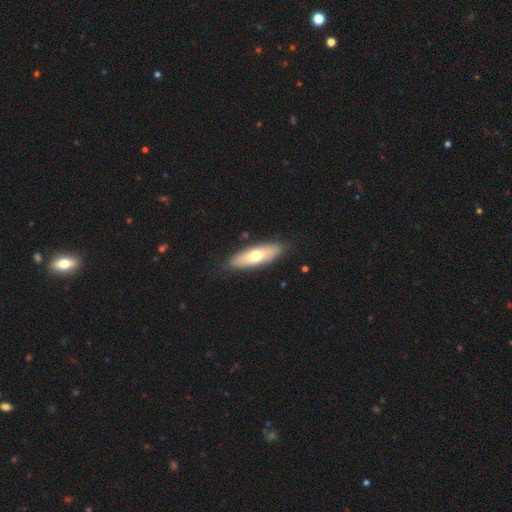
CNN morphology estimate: A smooth galaxy with no disk features (62%) that is in between round and cigar-shaped (53%). Merging: none (87%).